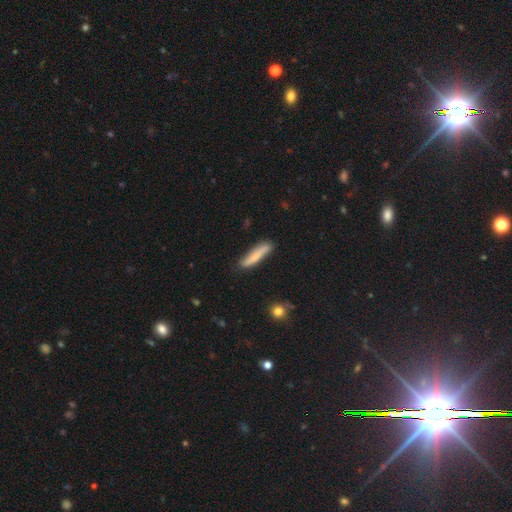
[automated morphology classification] smooth_or_featured: smooth (p=0.65) [alt: featured or disk p=0.29]
how_rounded: cigar-shaped (p=0.86) [alt: in between p=0.12]
merging: none (p=0.80) [alt: minor disturbance p=0.15]